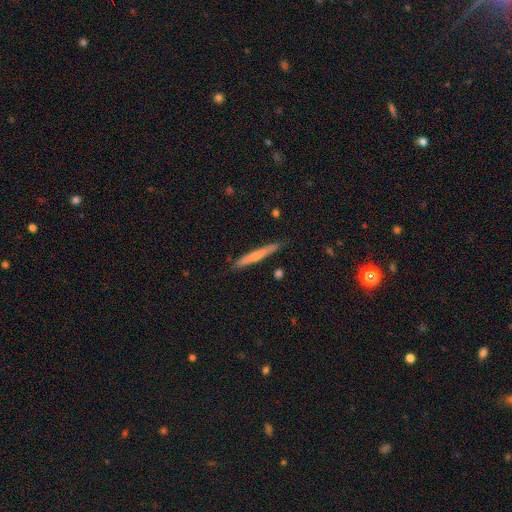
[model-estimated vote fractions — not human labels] Smooth or featured?
  - featured or disk: 58% *
  - smooth: 34%
  - star or artifact: 9%
Edge-on disk?
  - yes: 96% *
  - no: 4%
Edge-on bulge?
  - rounded: 63% *
  - none: 30%
  - boxy: 7%
Merging?
  - none: 87% *
  - minor disturbance: 9%
  - major disturbance: 2%
  - merger: 2%